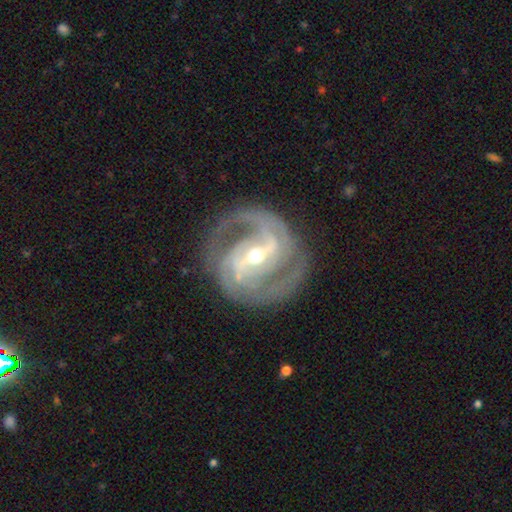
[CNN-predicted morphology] type=featured or disk (92%); edge-on=no (97%); bar=strong (60%); spiral arms=yes (98%); winding=tight (50%); arm count=2 (65%); bulge=moderate (53%); merging=none (79%).